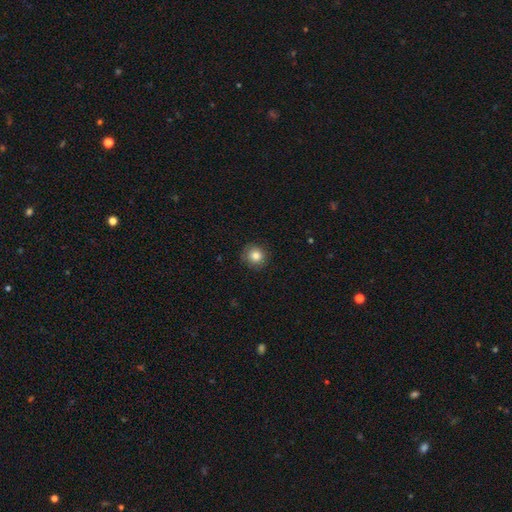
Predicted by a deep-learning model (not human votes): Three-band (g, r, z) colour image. It shows a smooth galaxy with no disk features (83%) that is round (91%). Merging: none (86%).